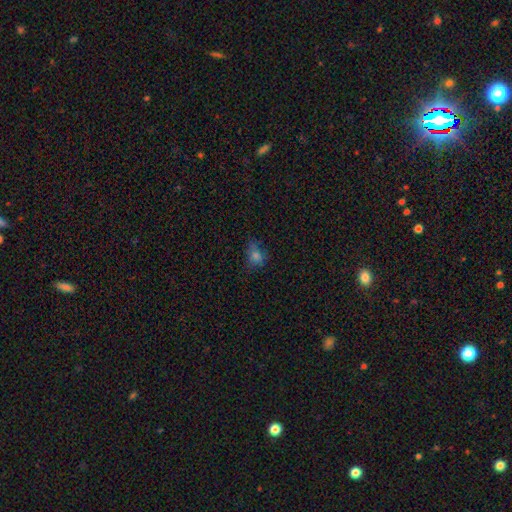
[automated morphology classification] Overall: smooth (64%). How rounded: round (50%; in between 47%). Merging: none (56%; minor disturbance 27%).